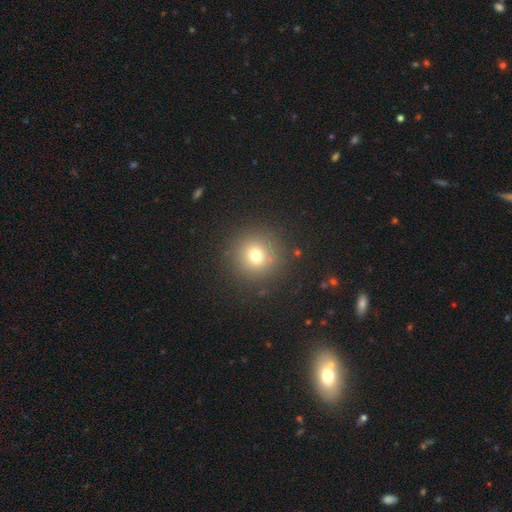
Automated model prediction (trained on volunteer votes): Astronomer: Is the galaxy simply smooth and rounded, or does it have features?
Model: smooth — 72%.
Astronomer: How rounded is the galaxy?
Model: round — 94%.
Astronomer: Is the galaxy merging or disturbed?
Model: none — 88%.